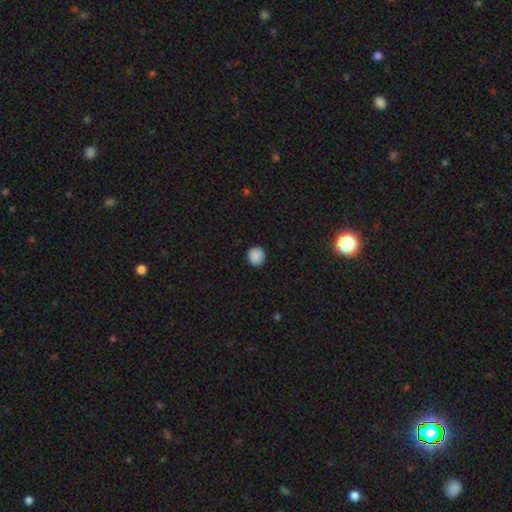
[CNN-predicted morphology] A smooth galaxy with no disk features (88%) that is round (91%). Merging: none (90%).